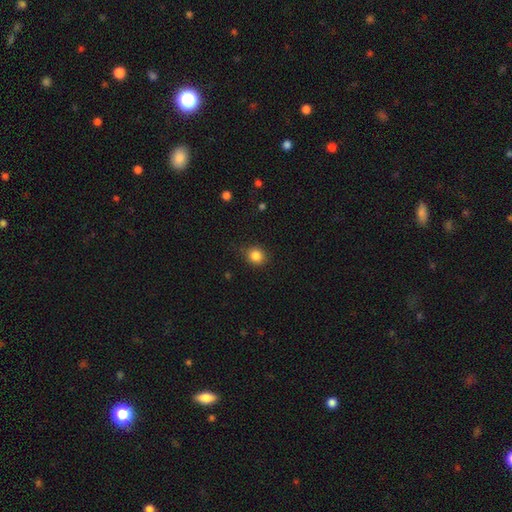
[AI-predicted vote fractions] Smooth or featured?
  - smooth: 85% *
  - star or artifact: 11%
  - featured or disk: 4%
How rounded?
  - round: 81% *
  - in between: 18%
  - cigar-shaped: 1%
Merging?
  - none: 82% *
  - minor disturbance: 14%
  - major disturbance: 3%
  - merger: 1%